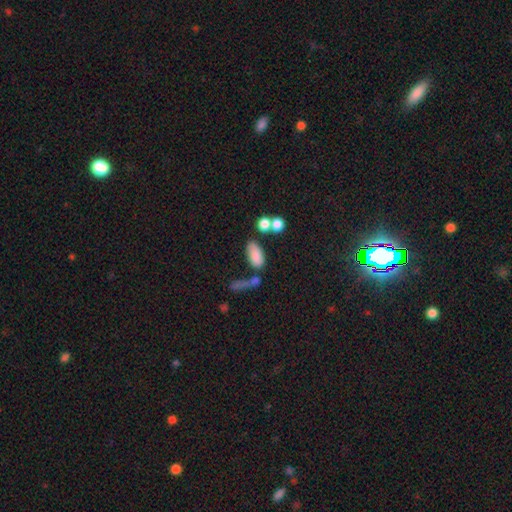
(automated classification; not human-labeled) smooth-or-featured: smooth: 81% | star or artifact: 10% | featured or disk: 9%
  how-rounded: in between: 88% | cigar-shaped: 7% | round: 5%
  merging: none: 50% | merger: 24% | minor disturbance: 16% | major disturbance: 9%